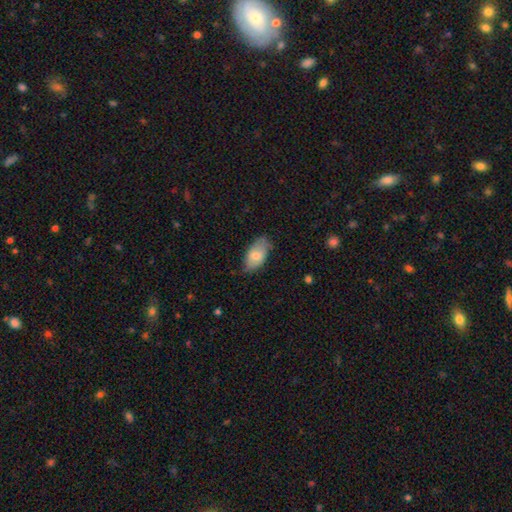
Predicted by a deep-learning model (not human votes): Q: Smooth or featured?
A: smooth (71%); runner-up: featured or disk (23%)
Q: How rounded?
A: in between (94%); runner-up: round (4%)
Q: Merging?
A: none (68%); runner-up: minor disturbance (27%)